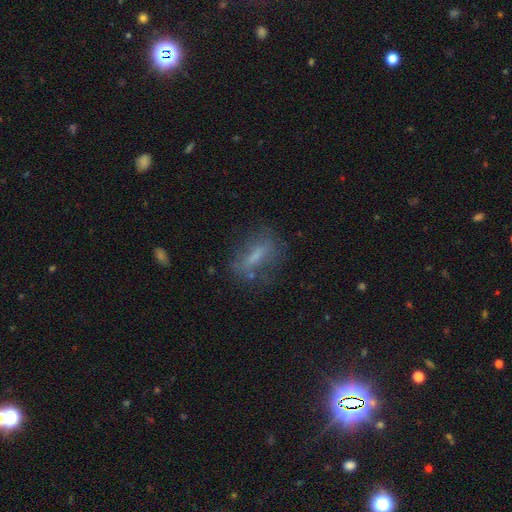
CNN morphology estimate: smooth 51%, featured or disk 35%, star or artifact 14%. Down the decision tree: how rounded — in between (48%); merging — none (65%).